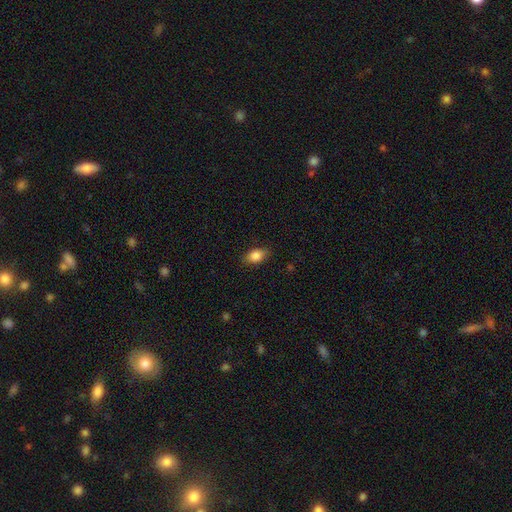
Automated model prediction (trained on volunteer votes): Smooth or featured: smooth — 85% (star or artifact — 8%)
How rounded: in between — 82% (round — 15%)
Merging: none — 83% (minor disturbance — 13%)